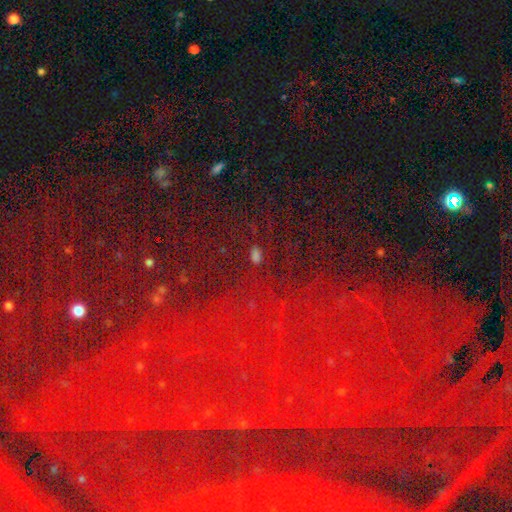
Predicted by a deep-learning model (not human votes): smooth_or_featured: star or artifact (p=0.53) [alt: smooth p=0.34]